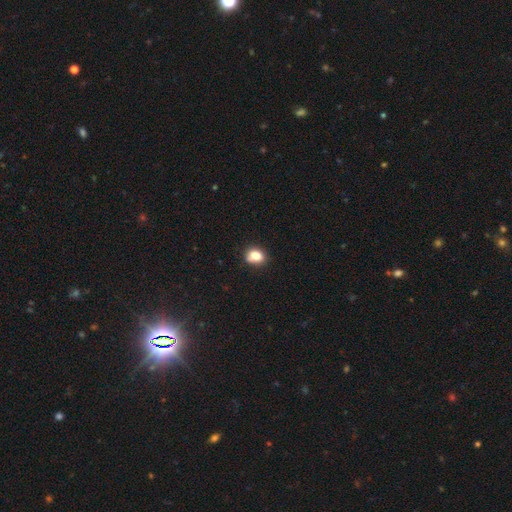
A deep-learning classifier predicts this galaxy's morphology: This appears to be a smooth galaxy with no disk features (79%) that is round (53%). Merging: none (69%).